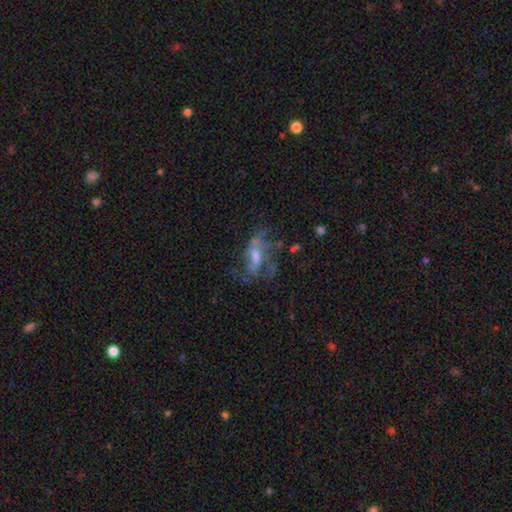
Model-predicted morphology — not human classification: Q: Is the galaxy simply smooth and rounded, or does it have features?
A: featured or disk — 69%.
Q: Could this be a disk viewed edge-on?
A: no — 93%.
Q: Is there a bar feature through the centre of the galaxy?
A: no — 44%.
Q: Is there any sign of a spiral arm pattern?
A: yes — 64%.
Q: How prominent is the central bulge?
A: moderate — 47%.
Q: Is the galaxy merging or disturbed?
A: none — 43%.